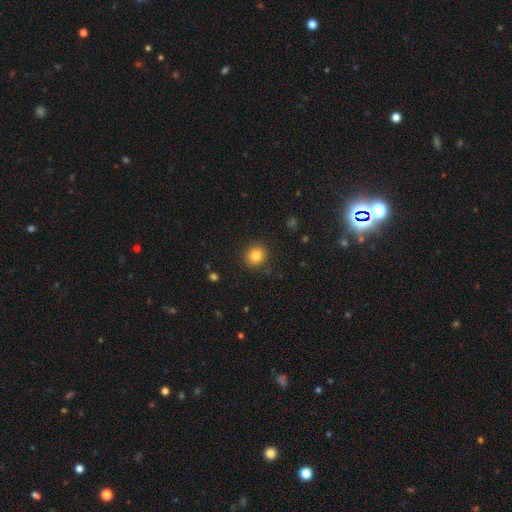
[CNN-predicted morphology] smooth_or_featured: smooth (p=0.83) [alt: star or artifact p=0.11]
how_rounded: round (p=0.89) [alt: in between p=0.10]
merging: none (p=0.90) [alt: minor disturbance p=0.06]